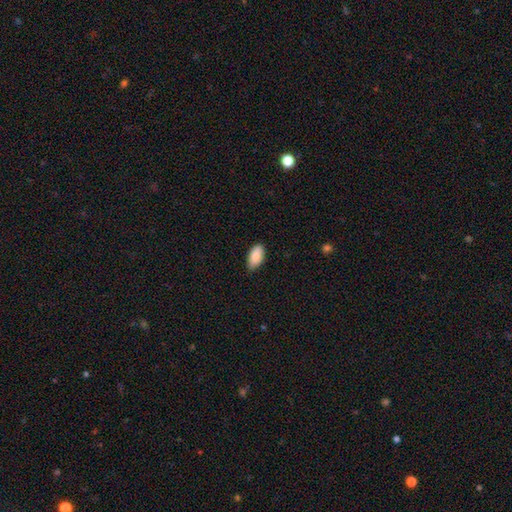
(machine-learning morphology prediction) Smooth or featured: smooth — 89% (star or artifact — 6%)
How rounded: in between — 94% (cigar-shaped — 4%)
Merging: none — 79% (minor disturbance — 18%)